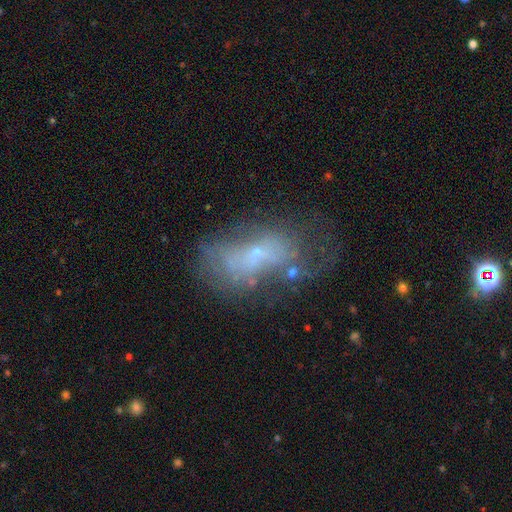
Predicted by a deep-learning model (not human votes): Overall: featured or disk (47%; smooth 37%). Merging: major disturbance (35%; none 30%).